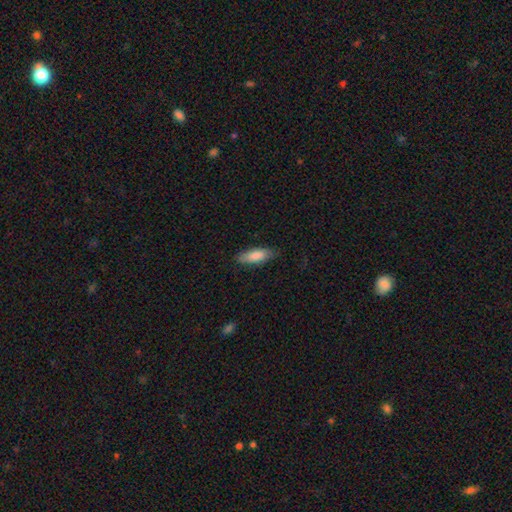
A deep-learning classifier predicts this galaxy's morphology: A smooth galaxy with no disk features (83%) that is in between round and cigar-shaped (63%). Merging: none (79%).